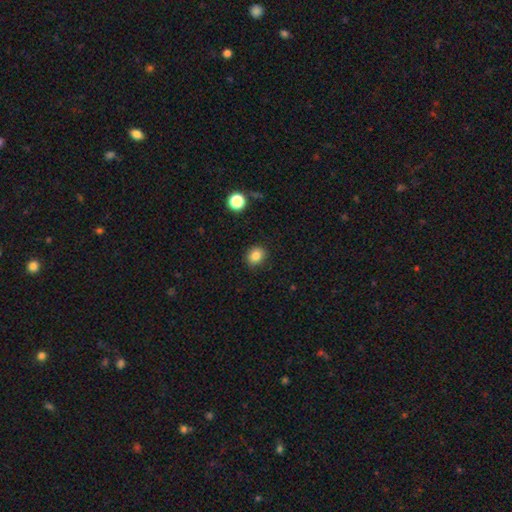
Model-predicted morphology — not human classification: Smooth or featured: smooth — 84% (star or artifact — 11%)
How rounded: round — 73% (in between — 26%)
Merging: none — 89% (minor disturbance — 8%)